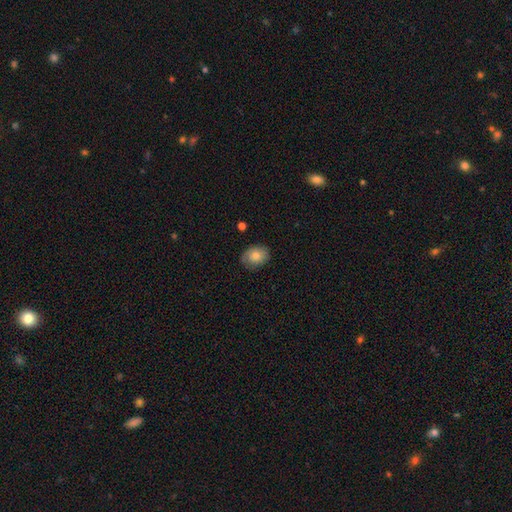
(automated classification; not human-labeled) Smooth or featured? smooth (79%)
How rounded? in between (62%)
Merging? none (79%)